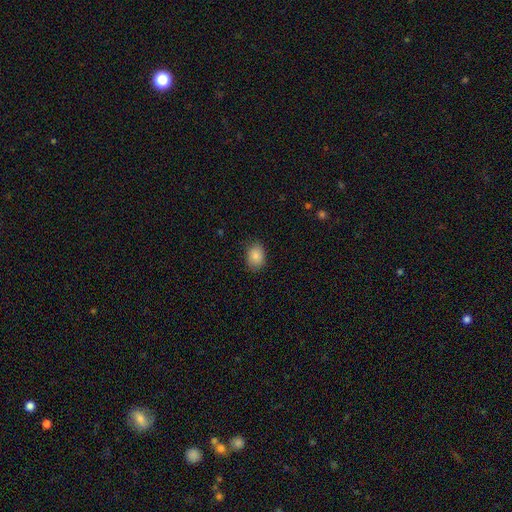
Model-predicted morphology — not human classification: This is clearly a smooth galaxy (85%). How rounded: likely in between (66%). Merging: clearly none (82%).